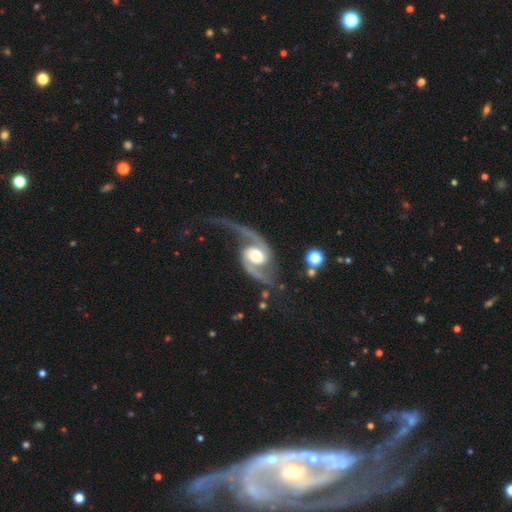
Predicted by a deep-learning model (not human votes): Smooth or featured? Predicted: featured or disk (p=0.91). Edge-on disk? Predicted: no (p=0.97). Bar? Predicted: no (p=0.53). Spiral arms? Predicted: yes (p=0.98). Spiral winding? Predicted: loose (p=0.63). Spiral arm count? Predicted: 2 (p=0.92). Bulge size? Predicted: moderate (p=0.56). Merging? Predicted: none (p=0.54).